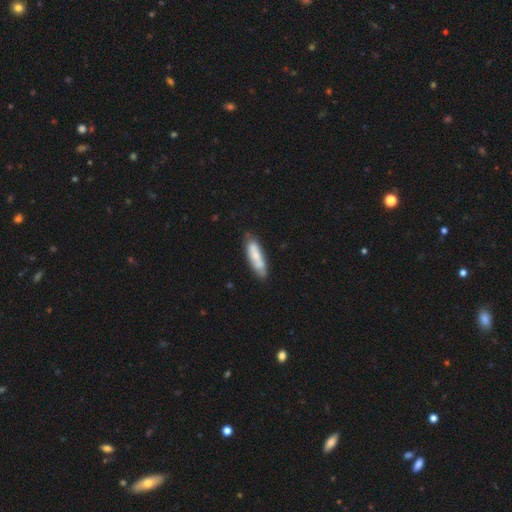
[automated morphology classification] Smooth or featured: smooth — 67% (featured or disk — 27%)
How rounded: cigar-shaped — 63% (in between — 36%)
Merging: none — 71% (minor disturbance — 21%)